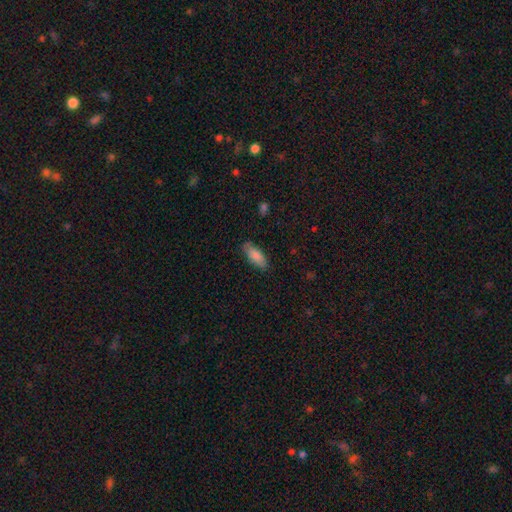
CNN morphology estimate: The model was most divided on "how rounded": in between: 76%, cigar-shaped: 23%, round: 2%. More confident: smooth or featured — smooth (85%); merging — none (82%).